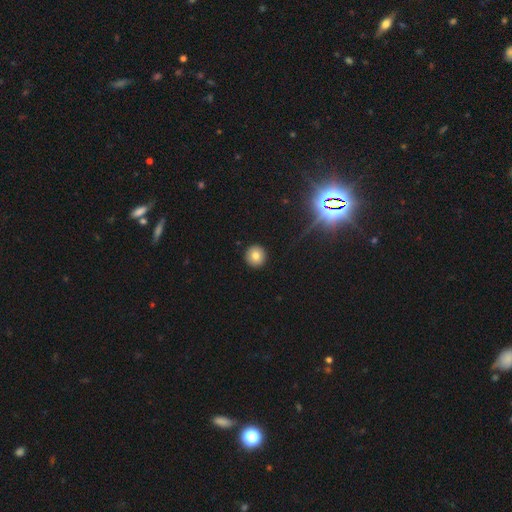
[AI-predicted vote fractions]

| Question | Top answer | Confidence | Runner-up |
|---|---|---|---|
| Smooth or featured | smooth | 79% | star or artifact (12%) |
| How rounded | round | 95% | in between (4%) |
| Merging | none | 93% | minor disturbance (5%) |